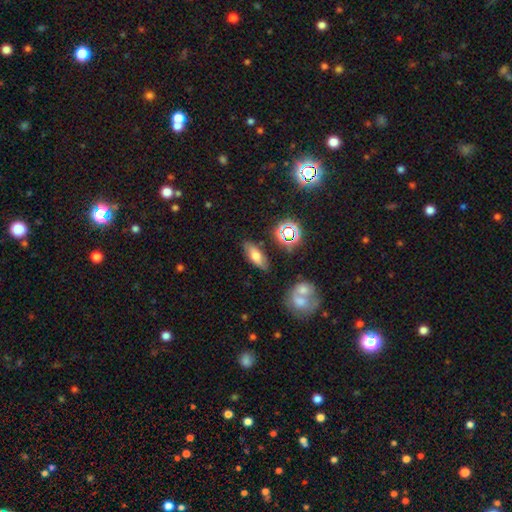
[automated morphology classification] smooth_or_featured: smooth (p=0.65) [alt: featured or disk p=0.21]
how_rounded: in between (p=0.71) [alt: cigar-shaped p=0.24]
merging: none (p=0.80) [alt: minor disturbance p=0.12]